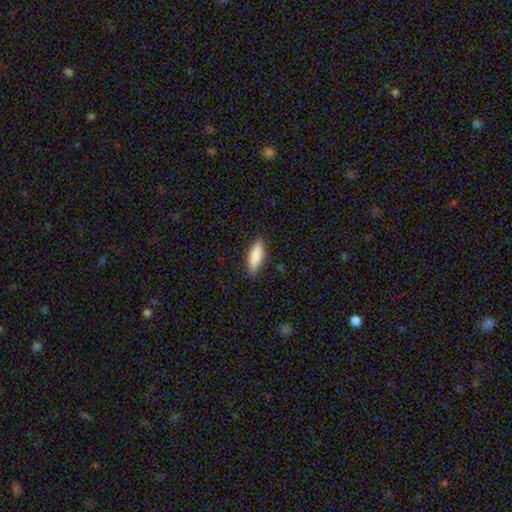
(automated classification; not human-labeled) Q: Smooth or featured?
A: smooth (86%); runner-up: featured or disk (8%)
Q: How rounded?
A: in between (53%); runner-up: cigar-shaped (45%)
Q: Merging?
A: none (85%); runner-up: minor disturbance (11%)